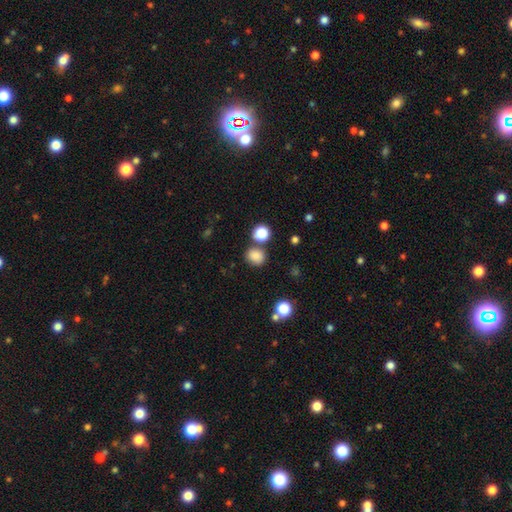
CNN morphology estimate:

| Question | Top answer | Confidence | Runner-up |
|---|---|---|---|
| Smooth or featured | smooth | 83% | star or artifact (12%) |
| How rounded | round | 73% | in between (26%) |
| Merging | none | 76% | merger (11%) |